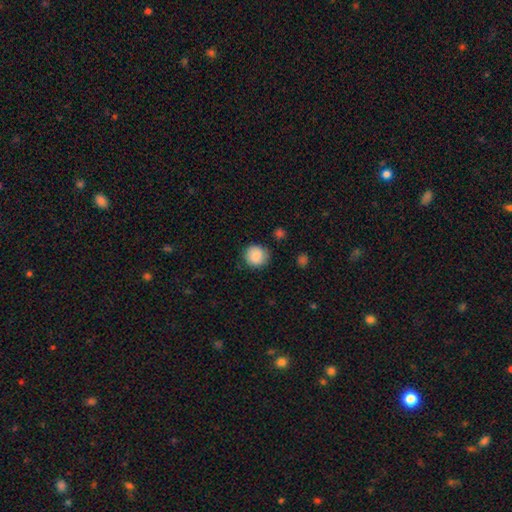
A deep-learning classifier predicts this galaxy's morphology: Q: Smooth or featured?
A: smooth (87%); runner-up: star or artifact (8%)
Q: How rounded?
A: round (92%); runner-up: in between (7%)
Q: Merging?
A: none (86%); runner-up: minor disturbance (10%)